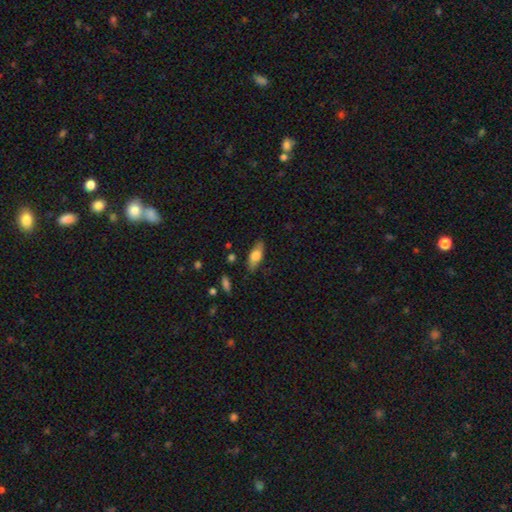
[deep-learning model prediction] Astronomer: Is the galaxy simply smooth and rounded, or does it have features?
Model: smooth — 64%.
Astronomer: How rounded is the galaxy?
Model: in between — 73%.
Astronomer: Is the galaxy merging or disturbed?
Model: none — 79%.